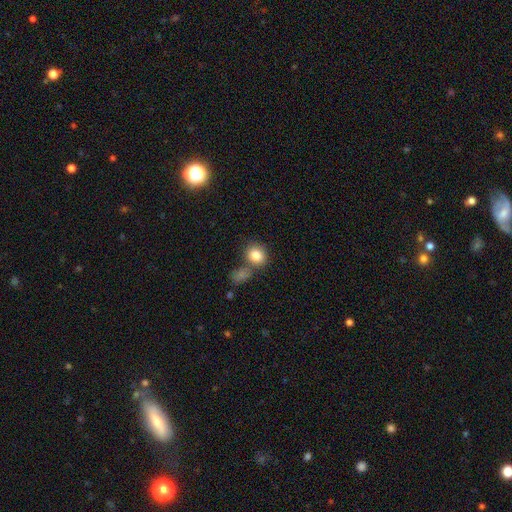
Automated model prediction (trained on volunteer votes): smooth-or-featured: smooth: 83% | star or artifact: 9% | featured or disk: 8%
  how-rounded: round: 64% | in between: 35% | cigar-shaped: 1%
  merging: none: 60% | merger: 23% | minor disturbance: 13% | major disturbance: 5%